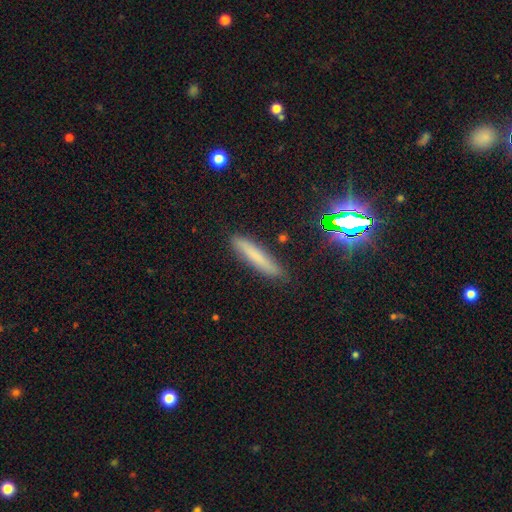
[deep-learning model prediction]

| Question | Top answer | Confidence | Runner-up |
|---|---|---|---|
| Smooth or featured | smooth | 69% | featured or disk (16%) |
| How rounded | cigar-shaped | 91% | in between (8%) |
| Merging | none | 87% | minor disturbance (9%) |